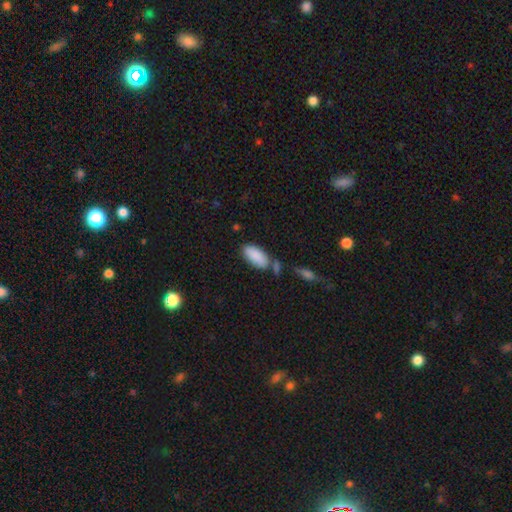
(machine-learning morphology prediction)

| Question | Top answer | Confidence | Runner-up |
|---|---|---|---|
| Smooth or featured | smooth | 88% | star or artifact (6%) |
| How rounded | in between | 91% | cigar-shaped (7%) |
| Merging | none | 65% | minor disturbance (17%) |